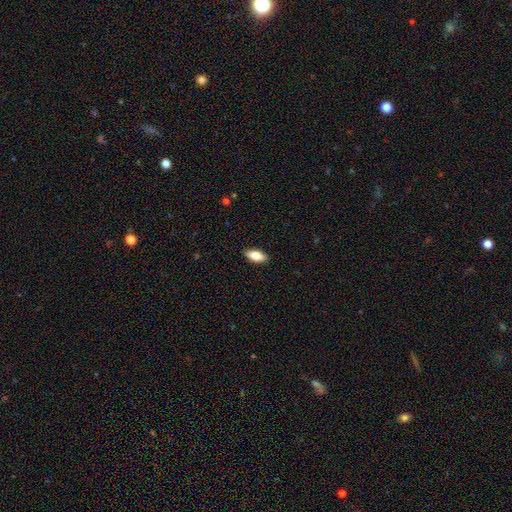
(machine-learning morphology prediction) Smooth or featured: smooth — 81% (featured or disk — 13%)
How rounded: in between — 83% (cigar-shaped — 14%)
Merging: none — 89% (minor disturbance — 8%)